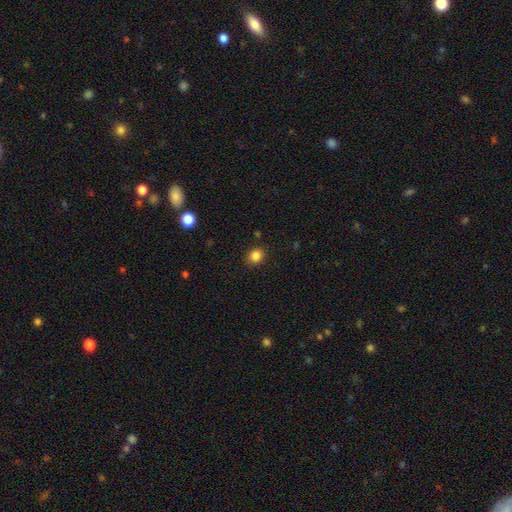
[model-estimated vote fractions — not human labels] This is clearly a smooth galaxy (85%). How rounded: clearly round (80%). Merging: clearly none (88%).